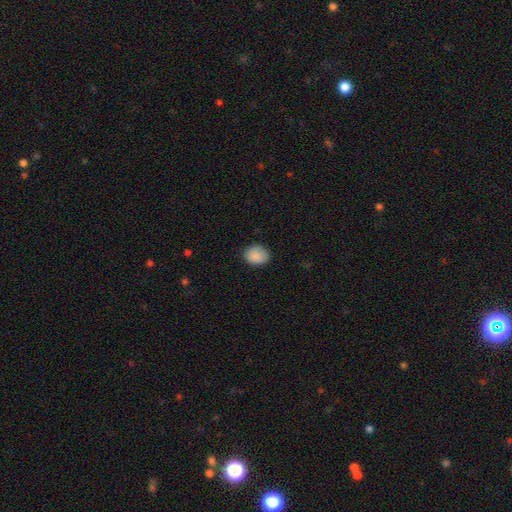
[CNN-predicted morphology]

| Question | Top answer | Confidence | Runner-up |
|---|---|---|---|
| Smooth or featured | smooth | 89% | star or artifact (8%) |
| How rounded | round | 55% | in between (44%) |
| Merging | none | 83% | minor disturbance (13%) |